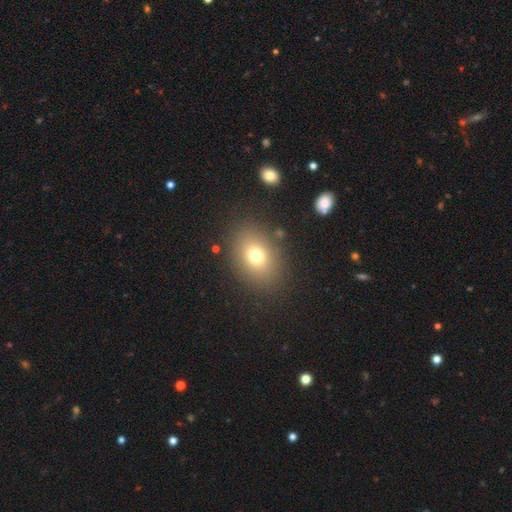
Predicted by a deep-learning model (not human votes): smooth 73%, star or artifact 15%, featured or disk 12%. Down the decision tree: how rounded — in between (62%); merging — none (84%).